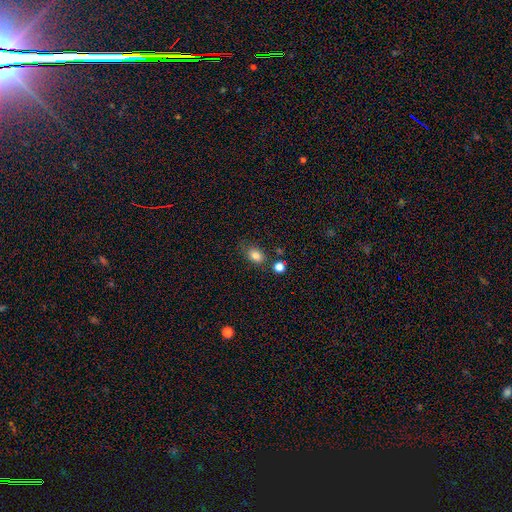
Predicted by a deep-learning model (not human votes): Overall: smooth (82%). How rounded: in between (74%). Merging: none (68%).